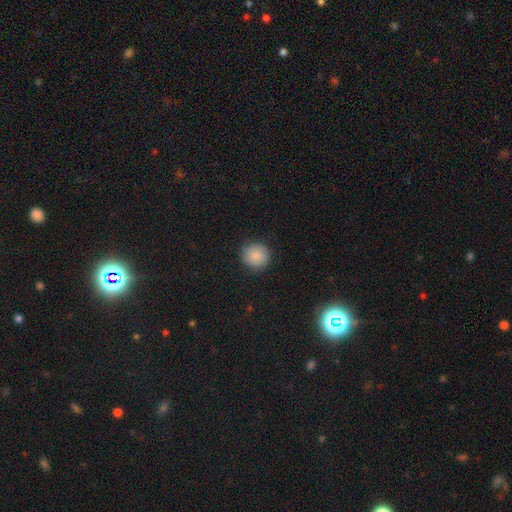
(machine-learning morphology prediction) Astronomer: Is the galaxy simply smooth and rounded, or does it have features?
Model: smooth — 86%.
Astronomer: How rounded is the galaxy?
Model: round — 92%.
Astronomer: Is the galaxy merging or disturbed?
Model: none — 87%.